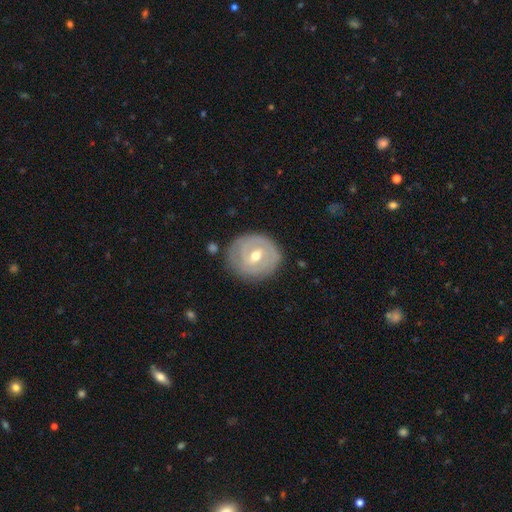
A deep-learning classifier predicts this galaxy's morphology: This is likely a featured or disk galaxy (70%). It is clearly not viewed edge-on (96%). Bar: possibly weak (51%). Spiral arm pattern: likely yes (69%). Central bulge: likely moderate (71%). Merging: likely none (79%).